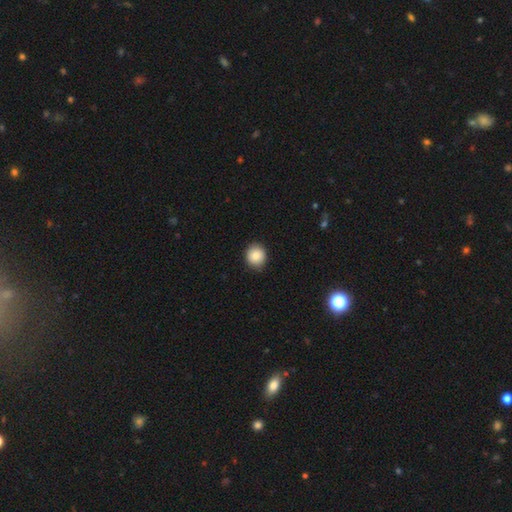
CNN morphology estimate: Q: Smooth or featured?
A: smooth (86%); runner-up: star or artifact (8%)
Q: How rounded?
A: round (86%); runner-up: in between (13%)
Q: Merging?
A: none (88%); runner-up: minor disturbance (9%)